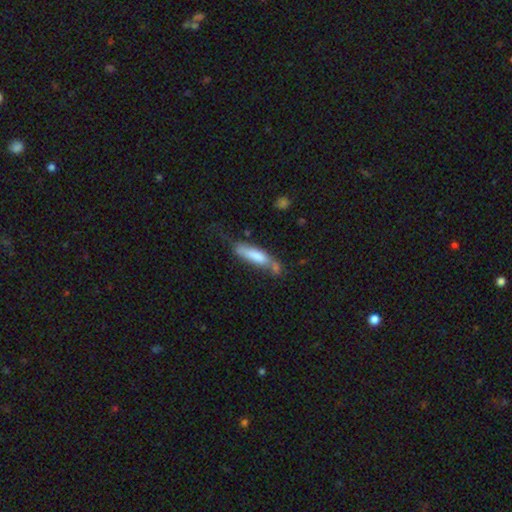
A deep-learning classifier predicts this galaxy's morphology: type=smooth (71%); roundness=cigar-shaped (72%); merging=none (39%).